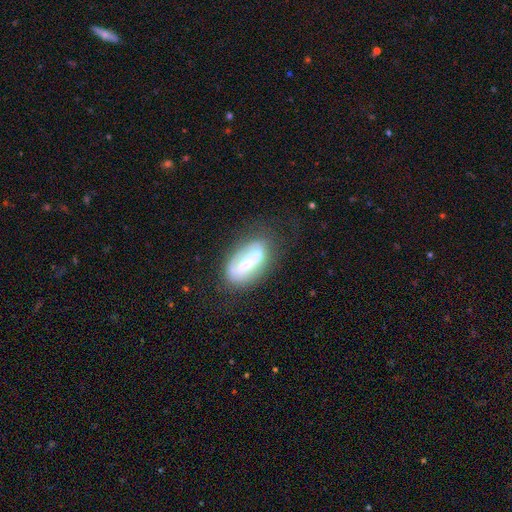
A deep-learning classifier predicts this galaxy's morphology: Overall: featured or disk (54%; smooth 38%). Edge-on disk: no (84%). Merging: none (51%; minor disturbance 23%).